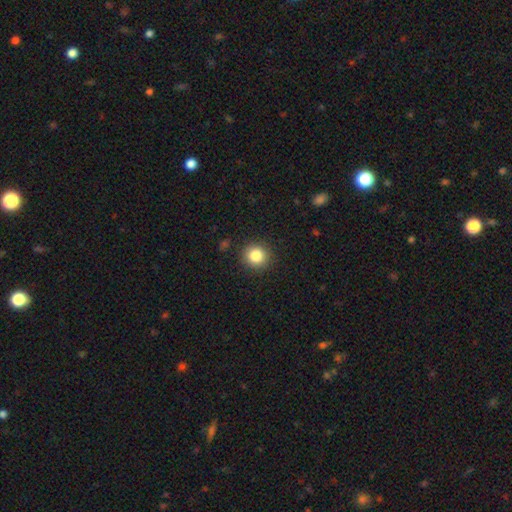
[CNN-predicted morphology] The model was most divided on "smooth or featured": smooth: 84%, star or artifact: 11%, featured or disk: 6%. More confident: how rounded — round (91%); merging — none (90%).